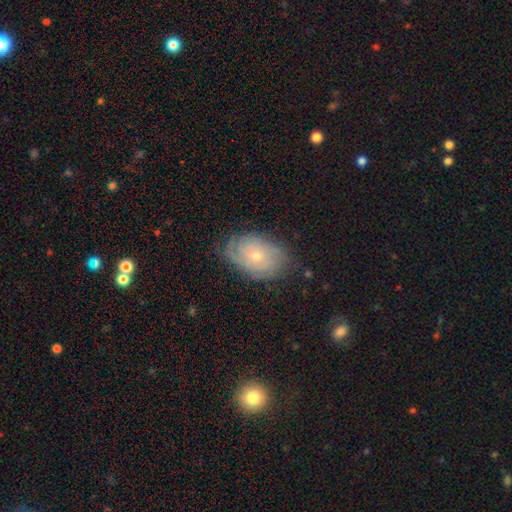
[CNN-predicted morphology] Smooth or featured? Predicted: featured or disk (p=0.62). Edge-on disk? Predicted: no (p=0.95). Bar? Predicted: no (p=0.80). Spiral arms? Predicted: yes (p=0.85). Spiral winding? Predicted: tight (p=0.68). Spiral arm count? Predicted: can't tell (p=0.52). Bulge size? Predicted: small (p=0.60). Merging? Predicted: none (p=0.72).